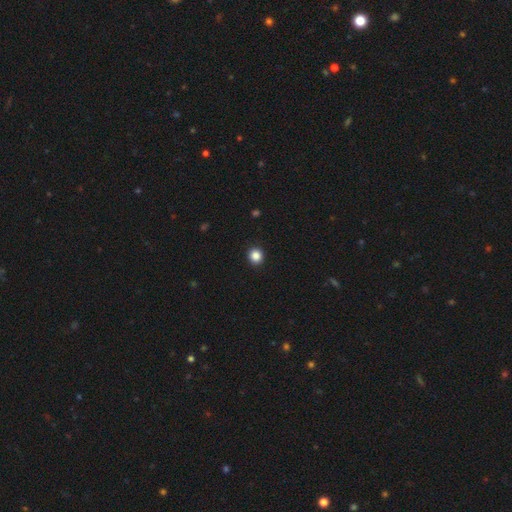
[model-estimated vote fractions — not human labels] A smooth galaxy with no disk features (86%) that is round (88%). Merging: none (92%).